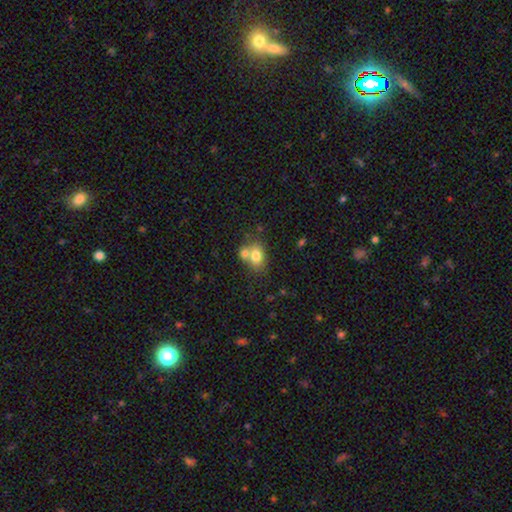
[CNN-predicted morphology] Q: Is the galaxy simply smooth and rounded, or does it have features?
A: smooth — 75%.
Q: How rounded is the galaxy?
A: in between — 62%.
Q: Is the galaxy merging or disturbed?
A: merger — 45%.